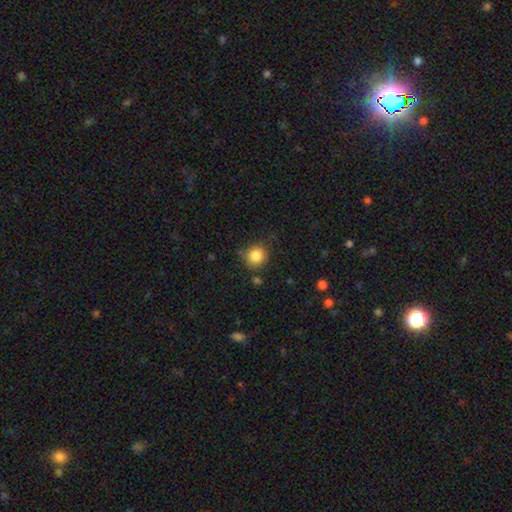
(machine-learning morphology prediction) A smooth galaxy with no disk features (84%) that is round (89%). Merging: none (79%).